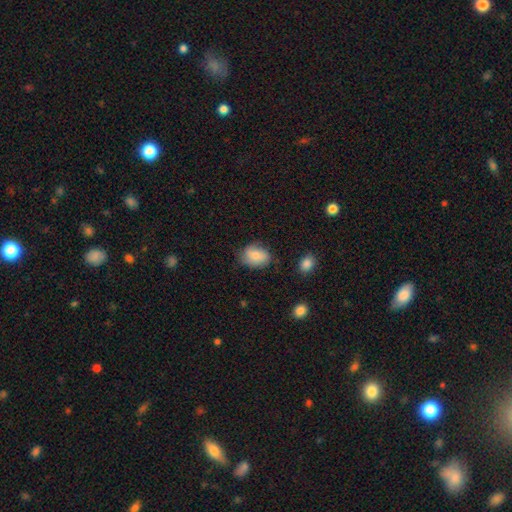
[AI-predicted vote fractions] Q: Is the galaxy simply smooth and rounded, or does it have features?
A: smooth — 76%.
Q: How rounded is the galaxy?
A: in between — 65%.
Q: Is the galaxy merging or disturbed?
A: none — 67%.